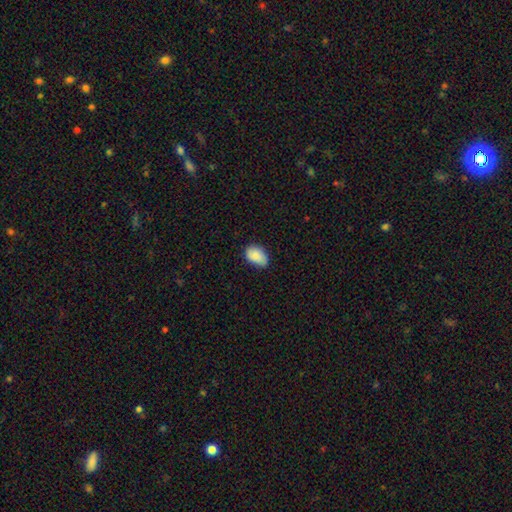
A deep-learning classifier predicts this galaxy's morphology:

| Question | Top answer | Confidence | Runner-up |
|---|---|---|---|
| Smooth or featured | smooth | 87% | star or artifact (7%) |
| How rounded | in between | 86% | round (12%) |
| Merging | none | 67% | minor disturbance (28%) |